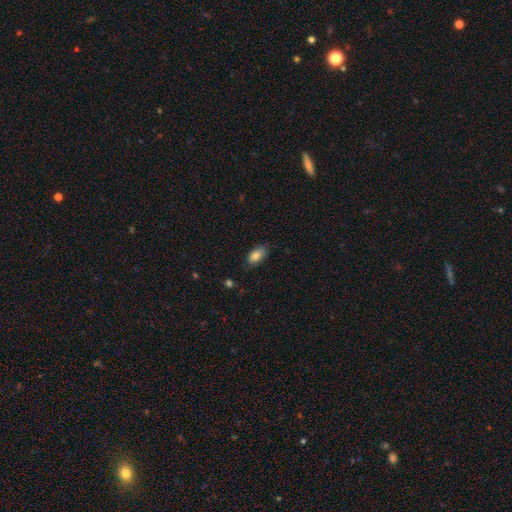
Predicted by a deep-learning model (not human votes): The model was most divided on "merging": none: 80%, minor disturbance: 16%, major disturbance: 3%, merger: 1%. More confident: how rounded — in between (91%); smooth or featured — smooth (83%).